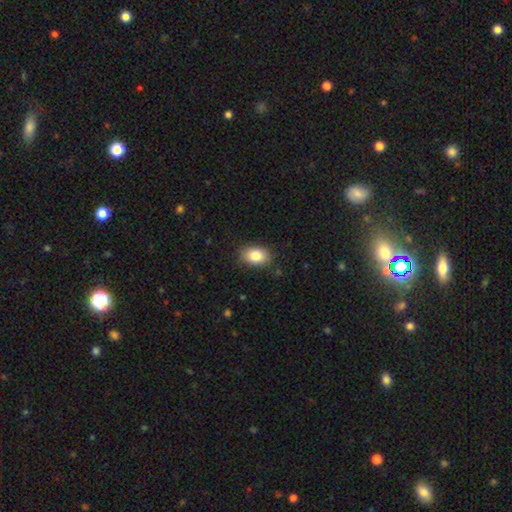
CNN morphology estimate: The model was most divided on "how rounded": in between: 81%, round: 18%, cigar-shaped: 1%. More confident: merging — none (84%); smooth or featured — smooth (84%).